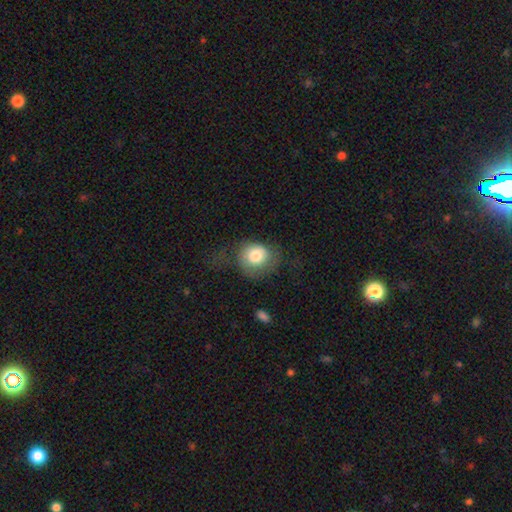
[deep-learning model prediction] Smooth or featured? smooth (76%)
How rounded? round (75%)
Merging? none (45%)